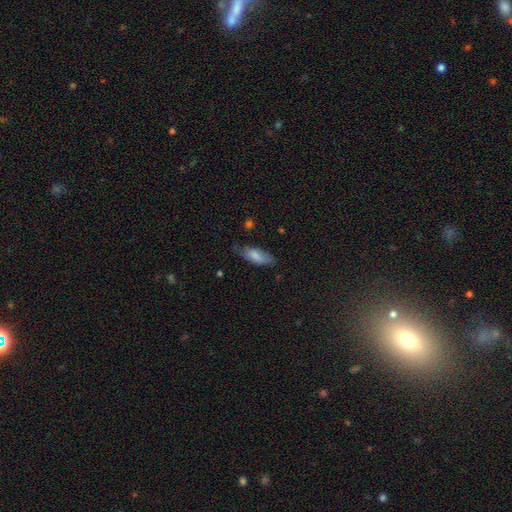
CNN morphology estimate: A smooth galaxy with no disk features (79%) that is in between round and cigar-shaped (76%).

Vote fractions:
- Smooth or featured? smooth: 79% / featured or disk: 14% / star or artifact: 6%
- How rounded? in between: 76% / cigar-shaped: 22% / round: 2%
- Merging? none: 71% / minor disturbance: 23% / major disturbance: 5% / merger: 2%